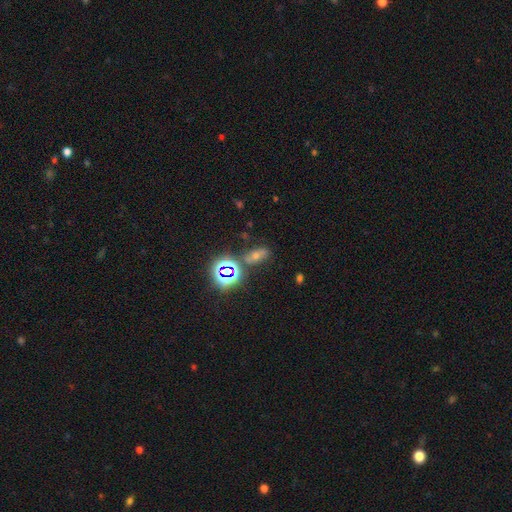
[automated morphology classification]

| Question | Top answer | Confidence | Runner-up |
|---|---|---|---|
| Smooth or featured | star or artifact | 49% | smooth (31%) |